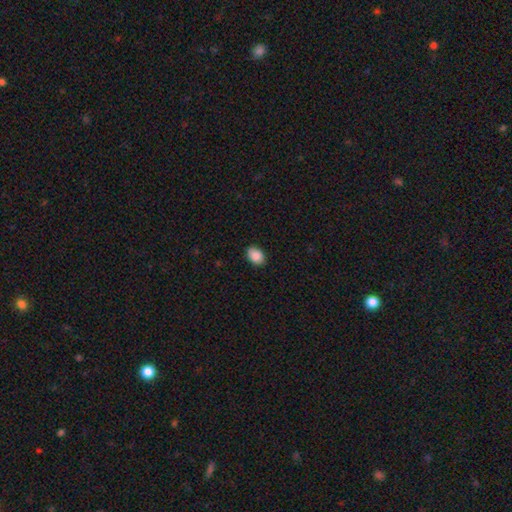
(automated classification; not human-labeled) Smooth or featured: smooth — 89% (star or artifact — 7%)
How rounded: in between — 80% (round — 19%)
Merging: none — 88% (minor disturbance — 10%)